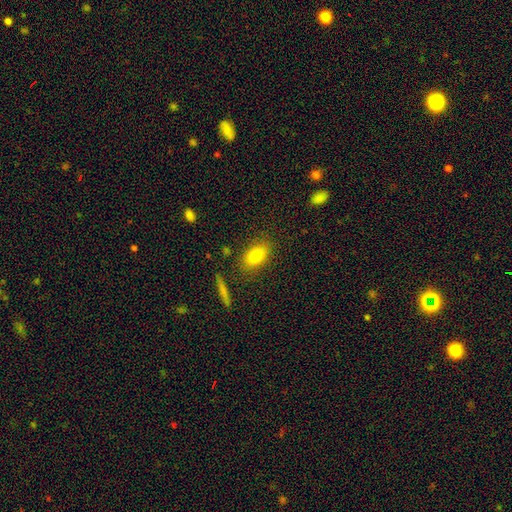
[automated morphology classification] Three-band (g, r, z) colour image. It shows a smooth galaxy with no disk features (80%) that is in between round and cigar-shaped (85%). Merging: none (82%).